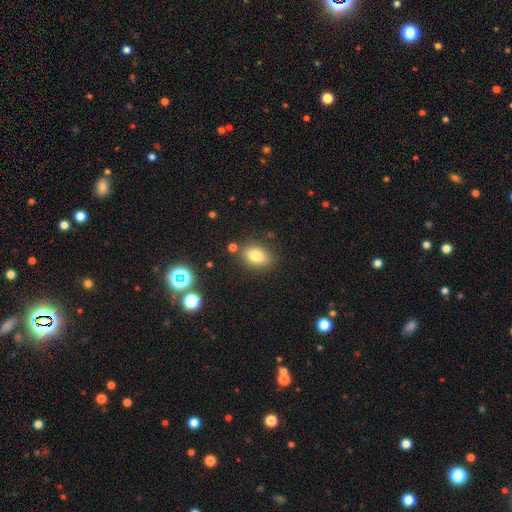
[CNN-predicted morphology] Q: Smooth or featured?
A: smooth (79%); runner-up: star or artifact (11%)
Q: How rounded?
A: in between (79%); runner-up: round (18%)
Q: Merging?
A: none (79%); runner-up: minor disturbance (12%)